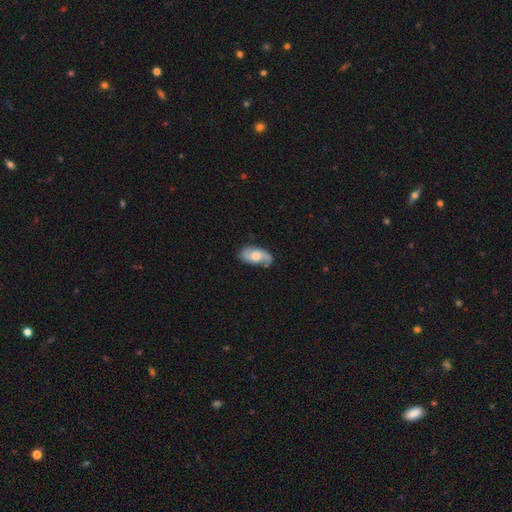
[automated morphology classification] Smooth or featured? Predicted: featured or disk (p=0.58). Edge-on disk? Predicted: no (p=0.93). Bar? Predicted: no (p=0.65). Spiral arms? Predicted: yes (p=0.88). Bulge size? Predicted: moderate (p=0.53). Merging? Predicted: none (p=0.70).